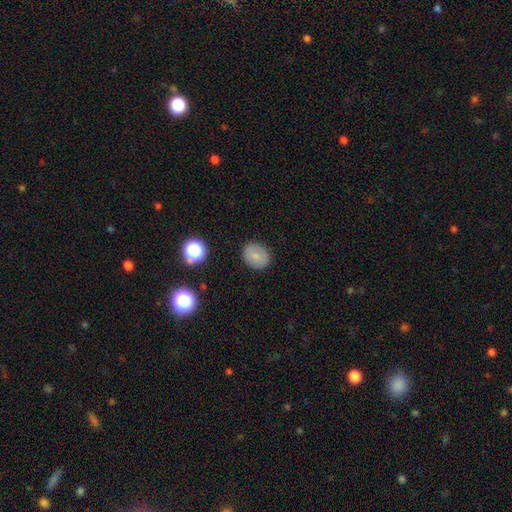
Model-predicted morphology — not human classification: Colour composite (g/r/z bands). It shows a smooth galaxy with no disk features (74%) that is round (62%). Merging: none (86%).